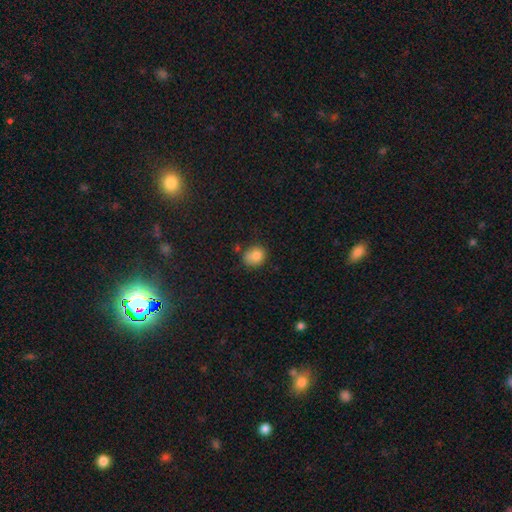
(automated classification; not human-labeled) This is clearly a smooth galaxy (83%). How rounded: likely round (67%). Merging: likely none (67%).